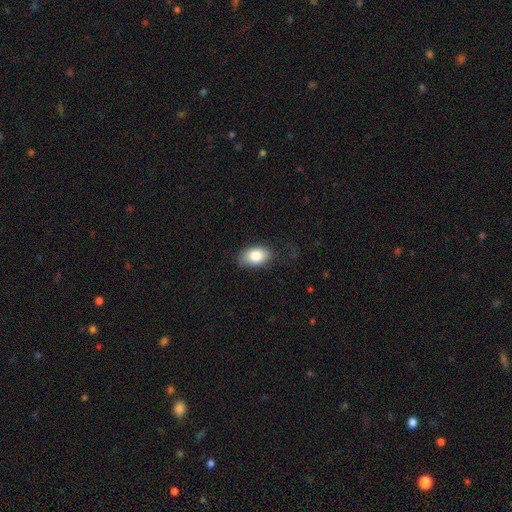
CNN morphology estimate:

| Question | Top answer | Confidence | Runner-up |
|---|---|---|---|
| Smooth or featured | smooth | 84% | featured or disk (9%) |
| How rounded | in between | 88% | round (10%) |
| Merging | none | 66% | minor disturbance (25%) |